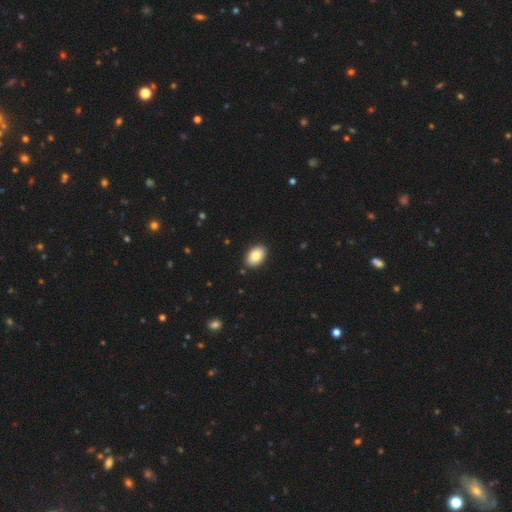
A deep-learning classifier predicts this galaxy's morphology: Smooth or featured: smooth — 87% (star or artifact — 7%)
How rounded: in between — 91% (round — 8%)
Merging: none — 90% (minor disturbance — 7%)